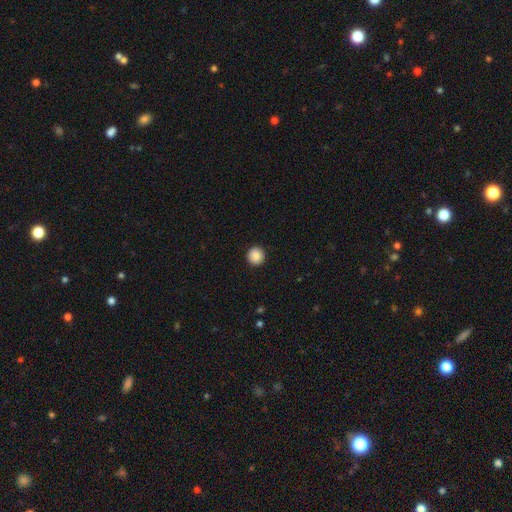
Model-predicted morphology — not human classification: Smooth or featured? Predicted: smooth (p=0.87). How rounded? Predicted: round (p=0.94). Merging? Predicted: none (p=0.93).